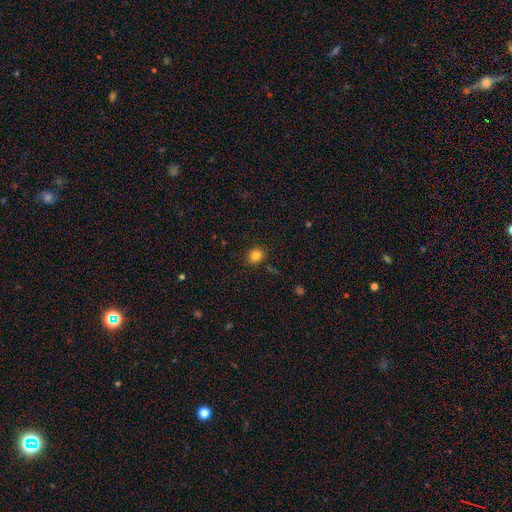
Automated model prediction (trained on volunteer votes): Morphology: type=smooth (83%); roundness=round (70%); merging=none (87%).